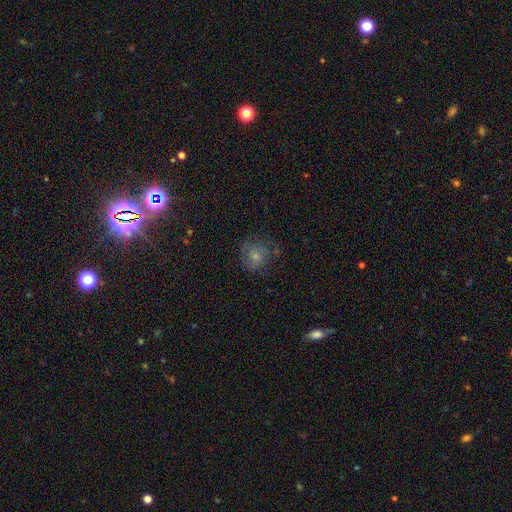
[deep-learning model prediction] Smooth or featured? Predicted: smooth (p=0.65). How rounded? Predicted: round (p=0.78). Merging? Predicted: none (p=0.60).